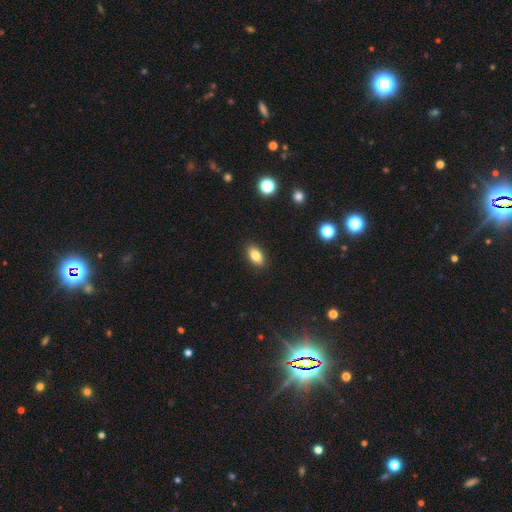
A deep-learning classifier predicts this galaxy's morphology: Smooth or featured?
  - smooth: 84% *
  - star or artifact: 9%
  - featured or disk: 7%
How rounded?
  - in between: 90% *
  - round: 7%
  - cigar-shaped: 3%
Merging?
  - none: 89% *
  - minor disturbance: 8%
  - major disturbance: 2%
  - merger: 1%